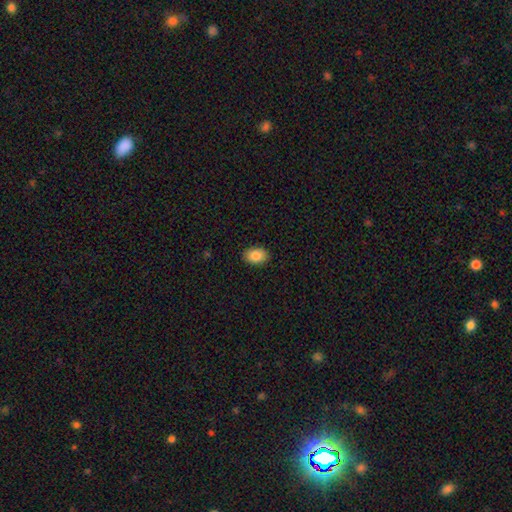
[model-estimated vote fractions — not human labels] smooth_or_featured: smooth (p=0.87) [alt: star or artifact p=0.08]
how_rounded: in between (p=0.84) [alt: round p=0.15]
merging: none (p=0.90) [alt: minor disturbance p=0.08]